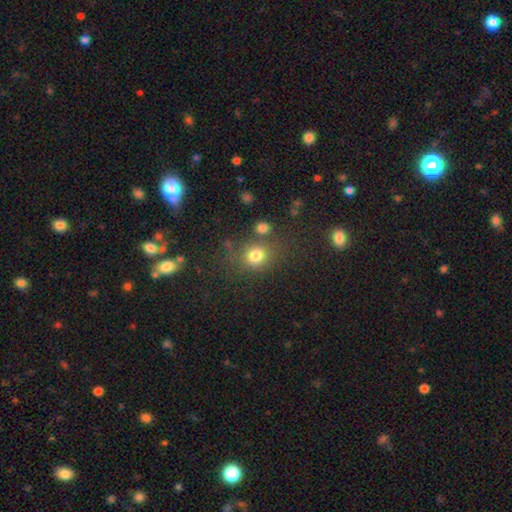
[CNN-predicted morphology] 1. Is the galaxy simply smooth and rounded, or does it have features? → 78% smooth, 15% star or artifact, 7% featured or disk.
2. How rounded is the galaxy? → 79% round, 20% in between, 1% cigar-shaped.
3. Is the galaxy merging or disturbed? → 69% none, 13% minor disturbance, 12% merger, 6% major disturbance.